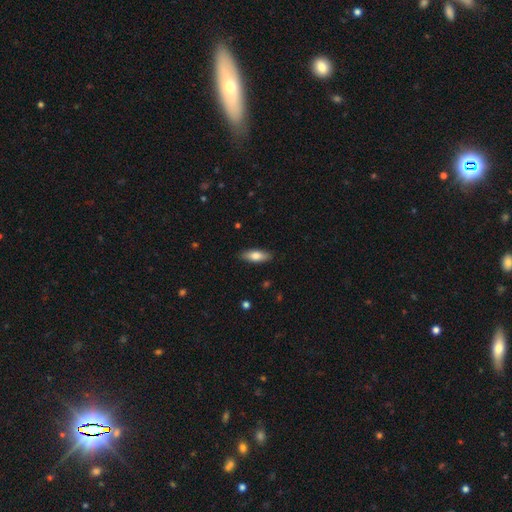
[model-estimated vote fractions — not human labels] Smooth or featured? smooth (76%)
How rounded? in between (67%)
Merging? none (88%)